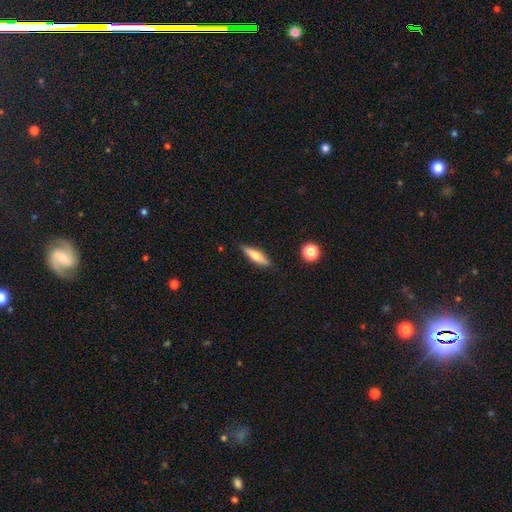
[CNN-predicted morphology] smooth_or_featured: smooth (p=0.60) [alt: featured or disk p=0.34]
how_rounded: cigar-shaped (p=0.73) [alt: in between p=0.24]
merging: none (p=0.87) [alt: minor disturbance p=0.10]